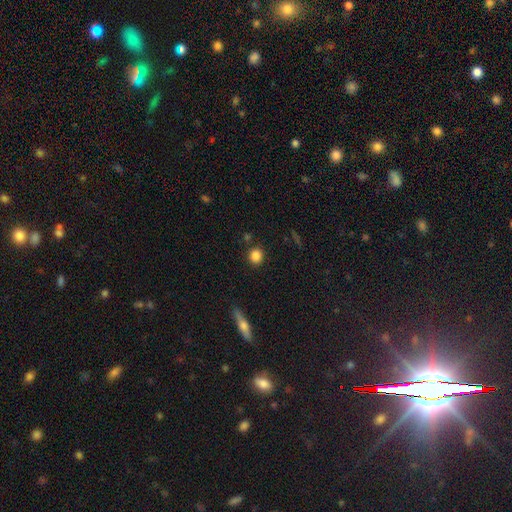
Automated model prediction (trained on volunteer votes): A smooth galaxy with no disk features (84%) that is round (84%).

Vote fractions:
- Smooth or featured? smooth: 84% / star or artifact: 10% / featured or disk: 5%
- How rounded? round: 84% / in between: 14% / cigar-shaped: 2%
- Merging? none: 87% / minor disturbance: 7% / merger: 3% / major disturbance: 2%